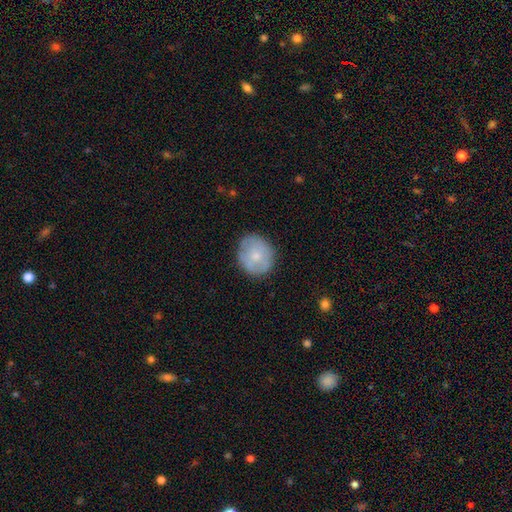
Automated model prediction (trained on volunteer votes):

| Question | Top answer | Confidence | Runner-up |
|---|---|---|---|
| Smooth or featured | smooth | 64% | featured or disk (30%) |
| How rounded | round | 78% | in between (21%) |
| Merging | none | 78% | minor disturbance (16%) |